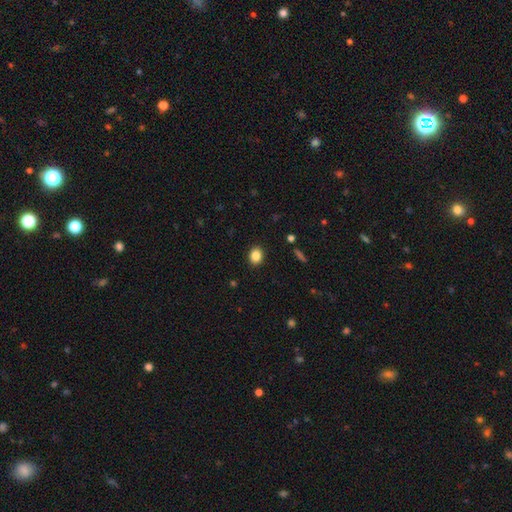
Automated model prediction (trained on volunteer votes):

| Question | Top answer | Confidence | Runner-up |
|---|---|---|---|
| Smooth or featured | smooth | 85% | star or artifact (10%) |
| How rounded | round | 55% | in between (44%) |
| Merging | none | 90% | minor disturbance (7%) |